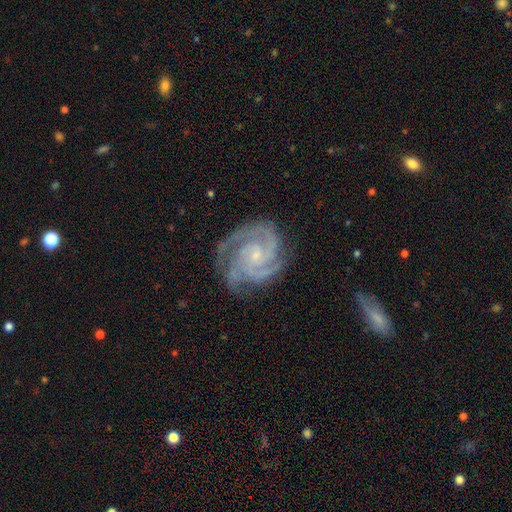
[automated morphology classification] Overall: featured or disk (93%). Edge-on disk: no (98%). Bar: no (67%). Spiral arms: yes (99%). Spiral arm count: 3 (53%; 2 17%). Spiral winding: tight (70%). Bulge size: small (75%). Merging: none (76%).